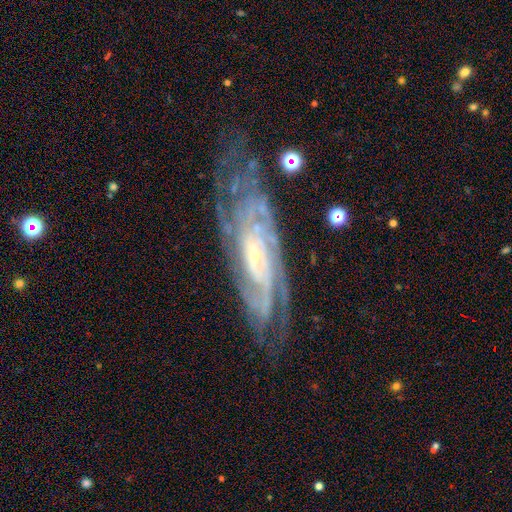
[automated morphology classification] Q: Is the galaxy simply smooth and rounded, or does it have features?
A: featured or disk — 87%.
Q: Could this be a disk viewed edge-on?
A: no — 88%.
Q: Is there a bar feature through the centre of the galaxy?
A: no — 59%.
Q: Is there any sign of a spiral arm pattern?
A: yes — 98%.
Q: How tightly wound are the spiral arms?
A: tight — 74%.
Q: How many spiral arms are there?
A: can't tell — 30%.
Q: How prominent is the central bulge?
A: small — 75%.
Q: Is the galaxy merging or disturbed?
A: none — 72%.